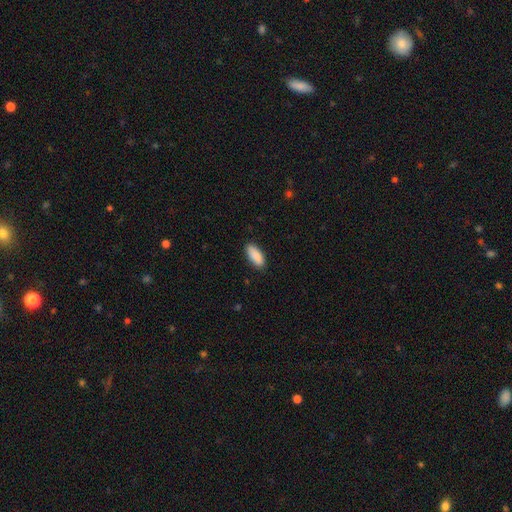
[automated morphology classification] Smooth or featured?
  - smooth: 90% *
  - star or artifact: 6%
  - featured or disk: 4%
How rounded?
  - in between: 84% *
  - cigar-shaped: 14%
  - round: 2%
Merging?
  - none: 87% *
  - minor disturbance: 10%
  - major disturbance: 2%
  - merger: 1%